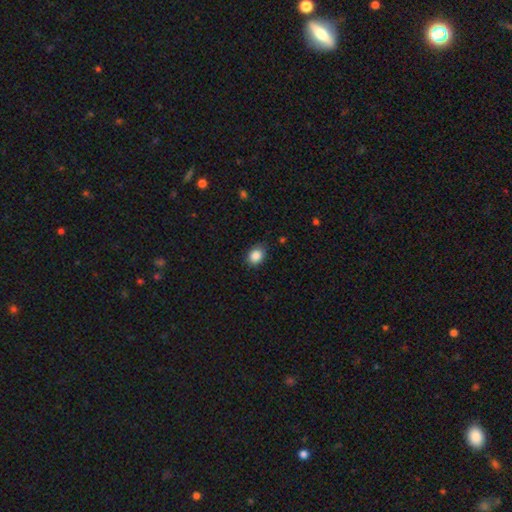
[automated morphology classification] This appears to be a smooth galaxy with no disk features (87%) that is in between round and cigar-shaped (59%). Merging: none (82%).